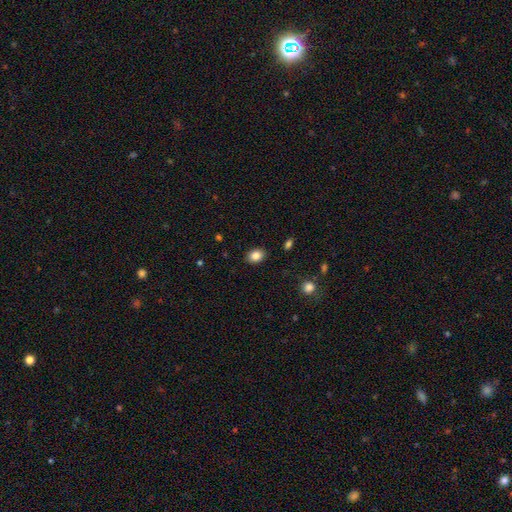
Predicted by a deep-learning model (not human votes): smooth 85%, star or artifact 9%, featured or disk 6%. Down the decision tree: how rounded — in between (65%); merging — none (88%).